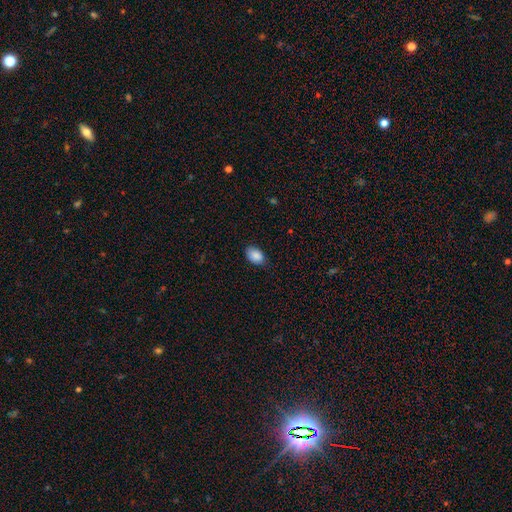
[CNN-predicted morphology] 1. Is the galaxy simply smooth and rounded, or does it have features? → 89% smooth, 7% star or artifact, 4% featured or disk.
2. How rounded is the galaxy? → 87% in between, 12% round, 1% cigar-shaped.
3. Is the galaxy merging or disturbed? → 78% none, 18% minor disturbance, 3% major disturbance, 1% merger.